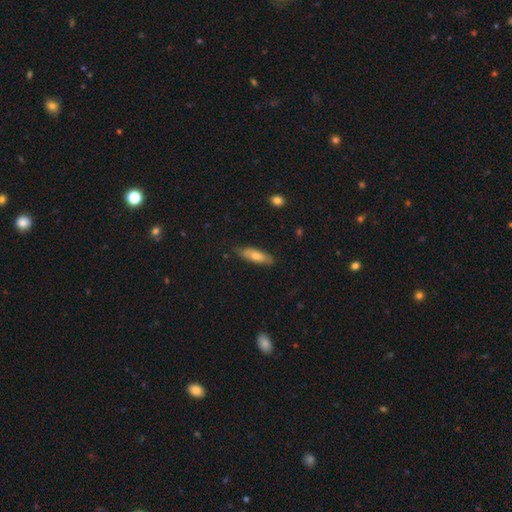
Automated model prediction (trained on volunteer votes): Smooth or featured?
  - smooth: 67% *
  - featured or disk: 27%
  - star or artifact: 6%
How rounded?
  - cigar-shaped: 54% *
  - in between: 43%
  - round: 2%
Merging?
  - none: 82% *
  - minor disturbance: 14%
  - major disturbance: 2%
  - merger: 1%